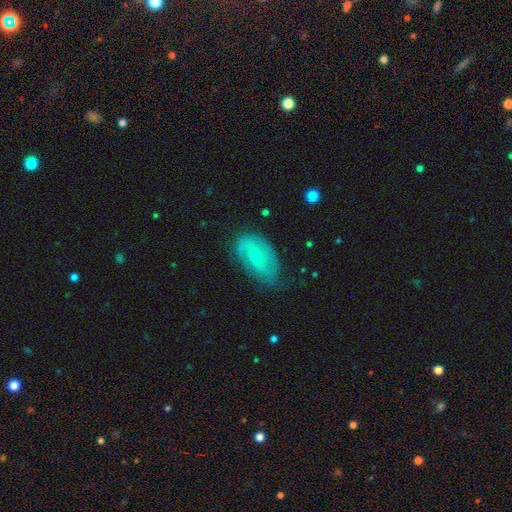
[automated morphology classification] type=featured or disk (58%); edge-on=no (94%); bar=no (64%); spiral arms=yes (76%); bulge=small (67%); merging=none (59%).